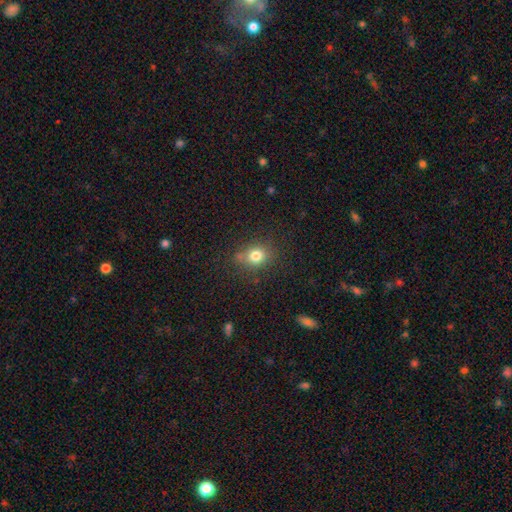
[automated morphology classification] Smooth or featured?
  - smooth: 78% *
  - star or artifact: 14%
  - featured or disk: 8%
How rounded?
  - round: 67% *
  - in between: 32%
  - cigar-shaped: 1%
Merging?
  - none: 75% *
  - minor disturbance: 15%
  - major disturbance: 5%
  - merger: 5%